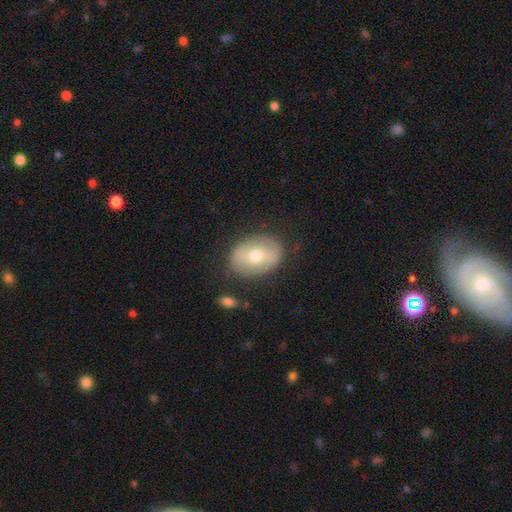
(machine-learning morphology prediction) Q: Smooth or featured?
A: smooth (51%); runner-up: featured or disk (42%)
Q: How rounded?
A: in between (70%); runner-up: round (29%)
Q: Merging?
A: none (80%); runner-up: minor disturbance (13%)